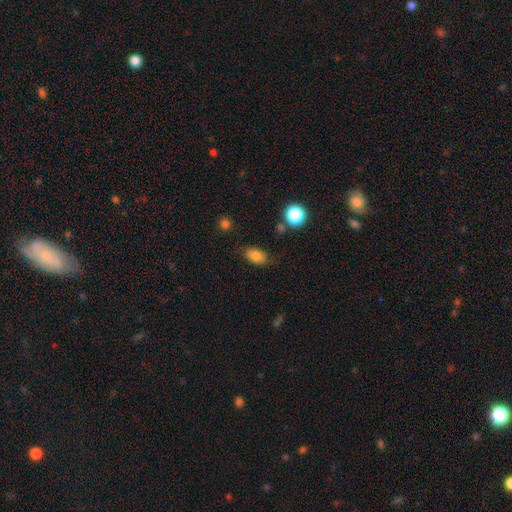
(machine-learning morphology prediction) Overall: smooth (81%). How rounded: in between (87%). Merging: none (77%).